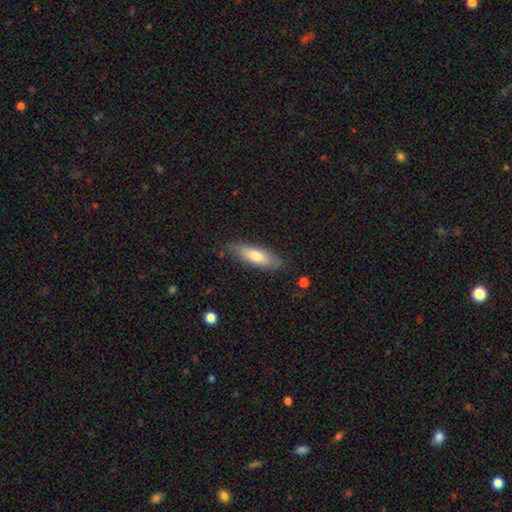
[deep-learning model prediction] Morphology: type=smooth (69%); roundness=cigar-shaped (51%); merging=none (79%).